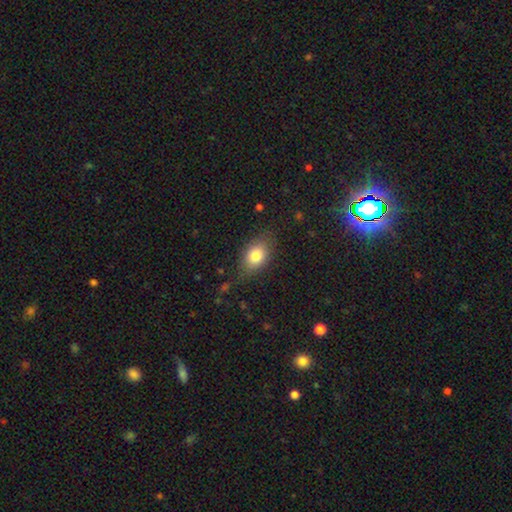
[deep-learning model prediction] This appears to be a smooth galaxy with no disk features (80%) that is in between round and cigar-shaped (78%). Merging: none (77%).